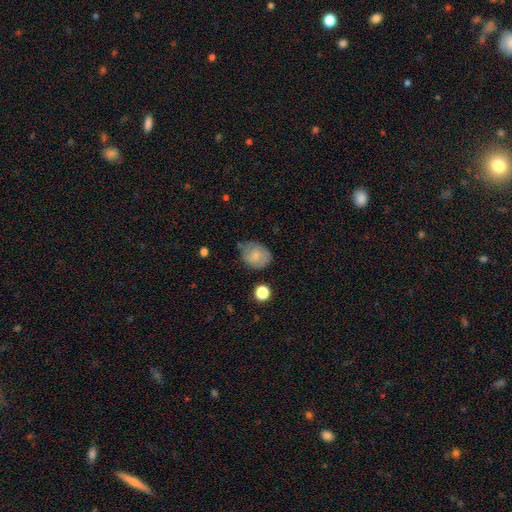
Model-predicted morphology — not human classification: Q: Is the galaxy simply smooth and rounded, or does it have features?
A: smooth — 74%.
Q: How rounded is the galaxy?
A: round — 51%.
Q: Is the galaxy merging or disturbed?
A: none — 62%.